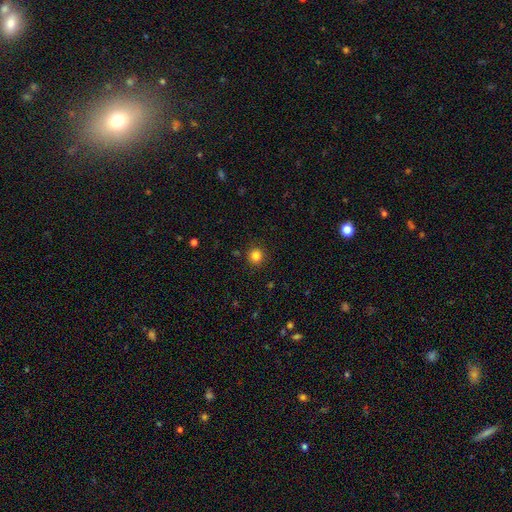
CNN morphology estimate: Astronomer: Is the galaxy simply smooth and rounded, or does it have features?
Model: smooth — 83%.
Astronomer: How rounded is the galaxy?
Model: round — 92%.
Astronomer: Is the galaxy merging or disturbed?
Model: none — 90%.